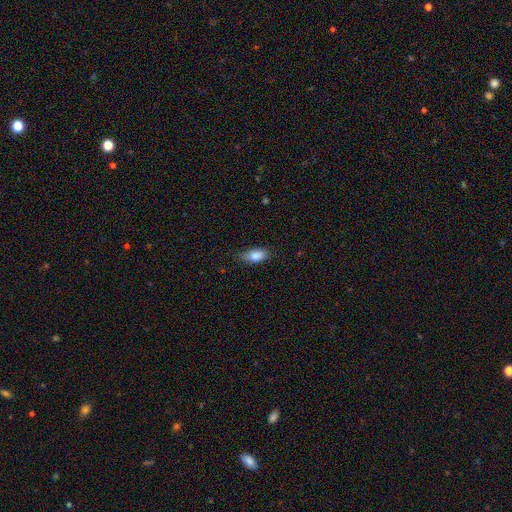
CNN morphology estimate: Q: Smooth or featured?
A: smooth (85%); runner-up: featured or disk (8%)
Q: How rounded?
A: in between (87%); runner-up: cigar-shaped (9%)
Q: Merging?
A: none (74%); runner-up: minor disturbance (21%)